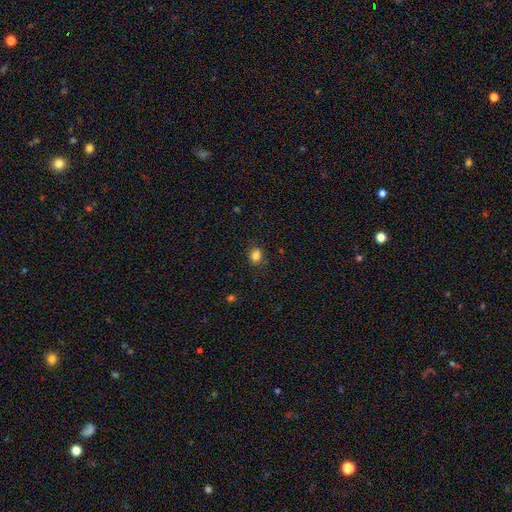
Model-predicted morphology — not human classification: smooth 81%, star or artifact 13%, featured or disk 6%. Down the decision tree: how rounded — round (67%); merging — none (76%).